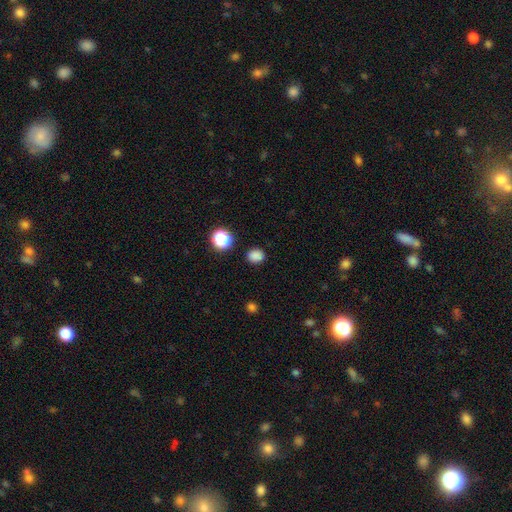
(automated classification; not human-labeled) Smooth or featured: smooth — 82% (star or artifact — 15%)
How rounded: round — 62% (in between — 37%)
Merging: none — 85% (minor disturbance — 10%)